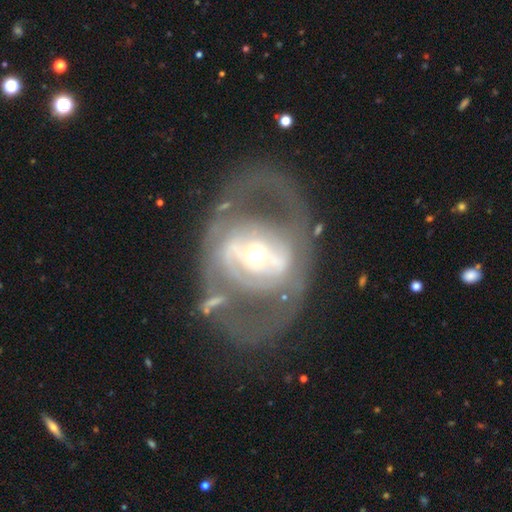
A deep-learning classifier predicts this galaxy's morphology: The model was most divided on "bar": strong: 35%, no: 34%, weak: 30%. More confident: edge-on disk — no (94%); smooth or featured — featured or disk (78%); merging — none (58%); bulge size — moderate (53%); spiral arms — no (51%).